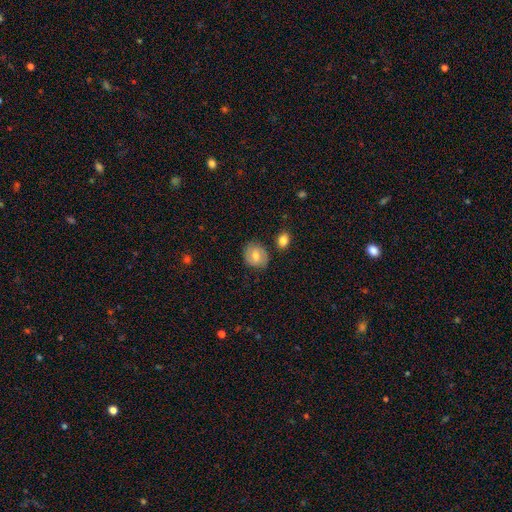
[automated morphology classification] smooth 63%, featured or disk 29%, star or artifact 8%. Down the decision tree: how rounded — round (68%); merging — none (79%).